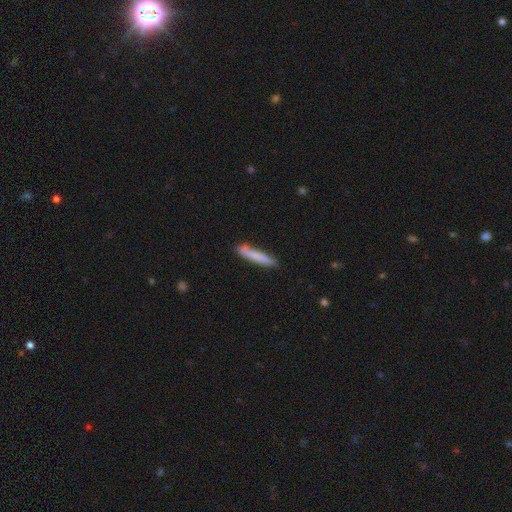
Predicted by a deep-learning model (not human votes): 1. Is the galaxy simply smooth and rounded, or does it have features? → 76% smooth, 18% featured or disk, 6% star or artifact.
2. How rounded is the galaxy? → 93% cigar-shaped, 5% in between, 1% round.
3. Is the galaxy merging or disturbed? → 79% none, 15% minor disturbance, 3% merger, 3% major disturbance.